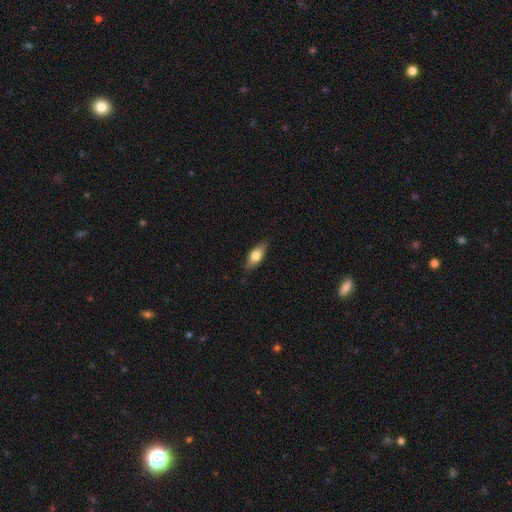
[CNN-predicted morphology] This appears to be a smooth galaxy with no disk features (67%) that is in between round and cigar-shaped (76%). Merging: none (84%).